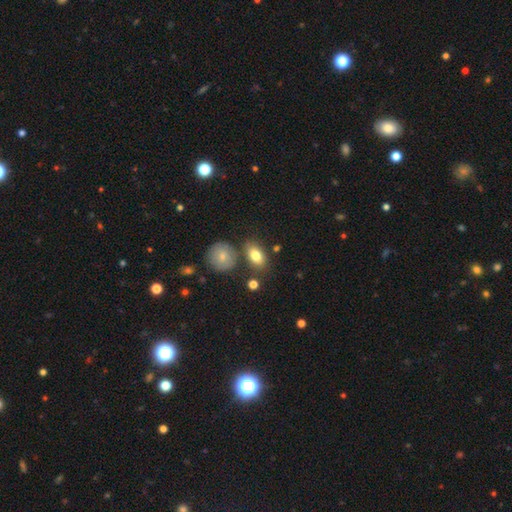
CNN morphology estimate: smooth_or_featured: smooth (p=0.80) [alt: featured or disk p=0.12]
how_rounded: in between (p=0.81) [alt: round p=0.16]
merging: none (p=0.70) [alt: minor disturbance p=0.14]